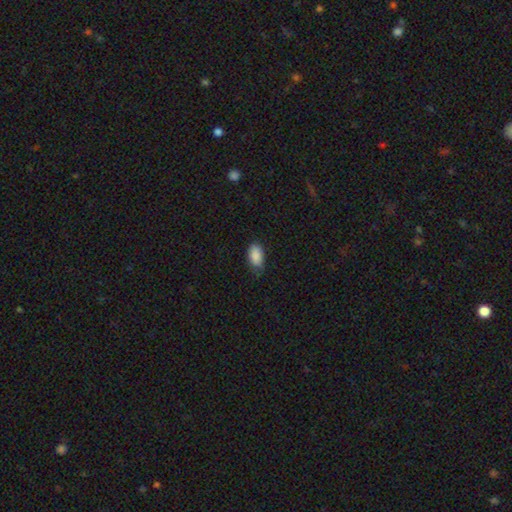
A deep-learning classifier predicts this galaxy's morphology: smooth_or_featured: smooth (p=0.89) [alt: star or artifact p=0.07]
how_rounded: in between (p=0.93) [alt: round p=0.04]
merging: none (p=0.71) [alt: minor disturbance p=0.24]